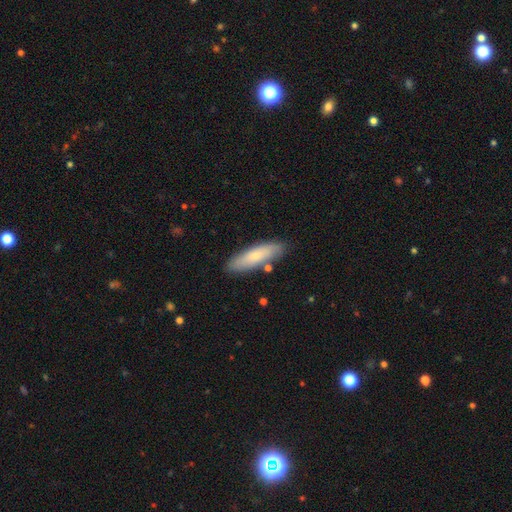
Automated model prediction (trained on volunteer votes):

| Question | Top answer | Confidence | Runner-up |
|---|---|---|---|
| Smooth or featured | smooth | 72% | featured or disk (22%) |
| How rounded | cigar-shaped | 63% | in between (35%) |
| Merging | none | 84% | minor disturbance (11%) |